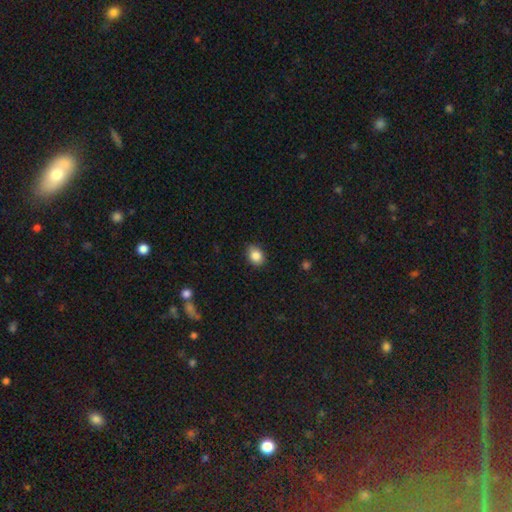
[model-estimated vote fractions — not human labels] Overall: smooth (86%). How rounded: in between (59%; round 39%). Merging: none (84%).